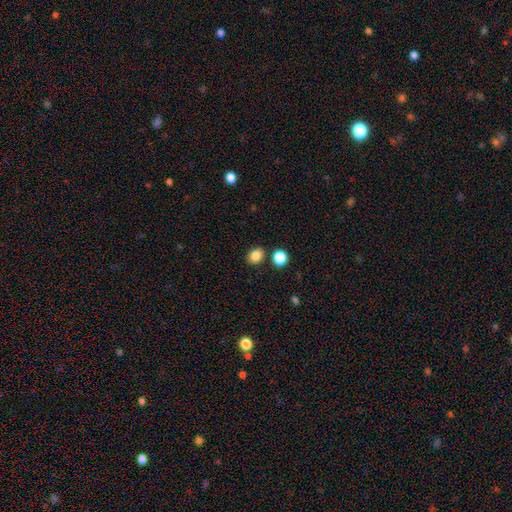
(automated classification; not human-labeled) This appears to be a smooth galaxy with no disk features (85%) that is in between round and cigar-shaped (53%). Merging: none (81%).